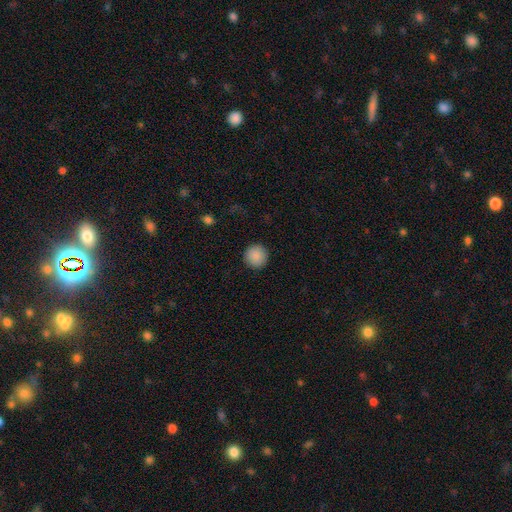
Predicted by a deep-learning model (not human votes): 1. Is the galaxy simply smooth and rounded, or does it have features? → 89% smooth, 8% star or artifact, 3% featured or disk.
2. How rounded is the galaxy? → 93% round, 6% in between, 1% cigar-shaped.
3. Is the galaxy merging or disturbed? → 92% none, 5% minor disturbance, 2% major disturbance, 1% merger.